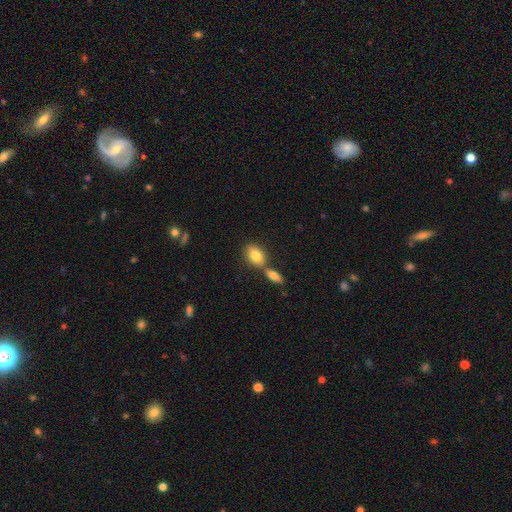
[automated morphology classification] The model was most divided on "merging": none: 50%, merger: 37%, minor disturbance: 10%, major disturbance: 3%. More confident: smooth or featured — smooth (82%); how rounded — in between (81%).